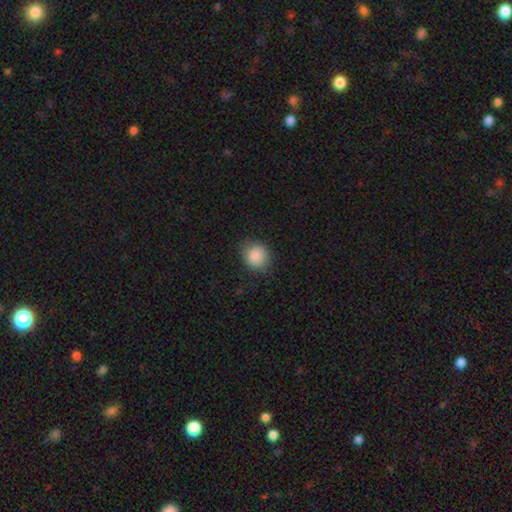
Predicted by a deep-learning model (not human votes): The model was most divided on "how rounded": round: 80%, in between: 19%, cigar-shaped: 1%. More confident: smooth or featured — smooth (88%); merging — none (81%).